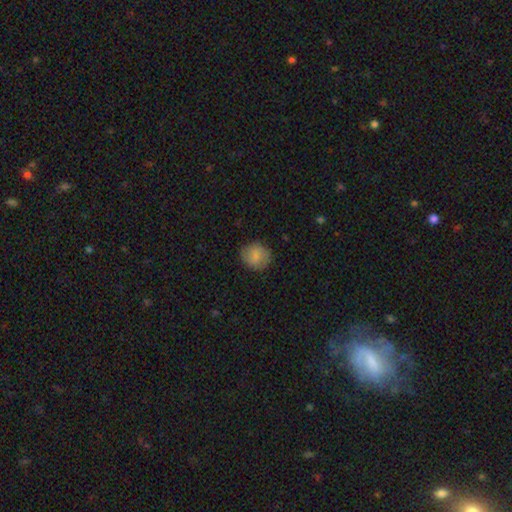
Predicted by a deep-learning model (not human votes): smooth_or_featured: smooth (p=0.75) [alt: featured or disk p=0.17]
how_rounded: round (p=0.82) [alt: in between p=0.17]
merging: none (p=0.82) [alt: minor disturbance p=0.14]